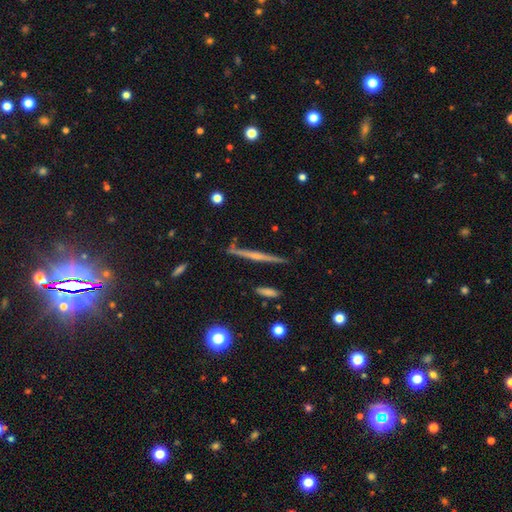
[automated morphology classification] featured or disk 68%, smooth 24%, star or artifact 8%. Down the decision tree: edge-on disk — yes (97%); edge-on bulge — none (52%); merging — none (85%).